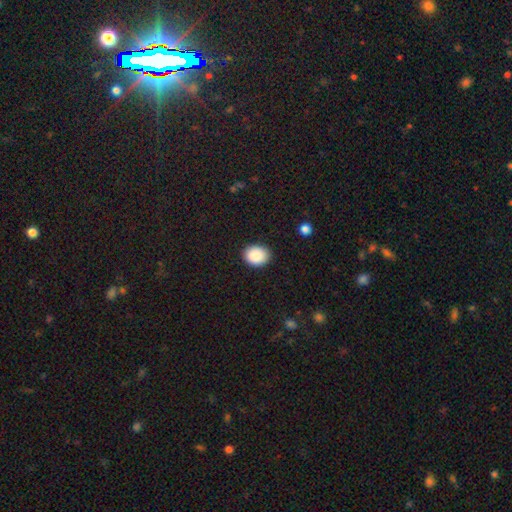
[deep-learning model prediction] Smooth or featured? smooth (89%)
How rounded? in between (54%)
Merging? none (89%)